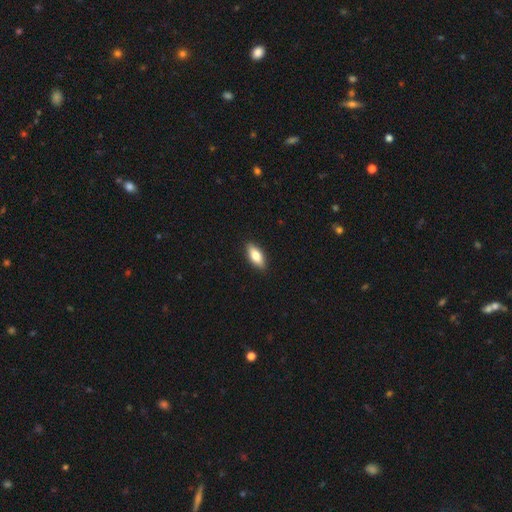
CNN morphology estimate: Q: Smooth or featured?
A: smooth (77%); runner-up: featured or disk (17%)
Q: How rounded?
A: in between (80%); runner-up: cigar-shaped (18%)
Q: Merging?
A: none (89%); runner-up: minor disturbance (8%)